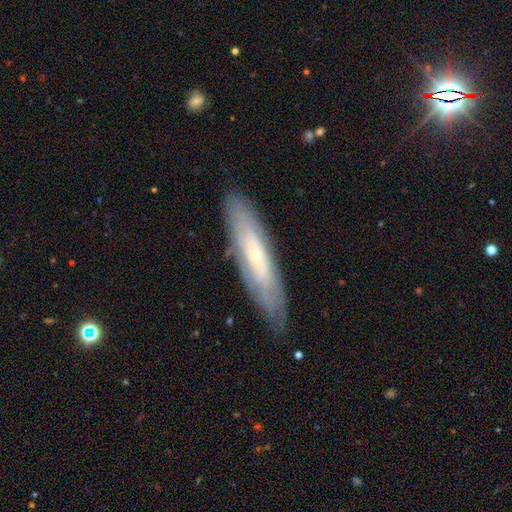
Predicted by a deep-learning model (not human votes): Smooth or featured: featured or disk — 55% (smooth — 38%)
Edge-on disk: yes — 51% (no — 49%)
Merging: none — 80% (minor disturbance — 15%)